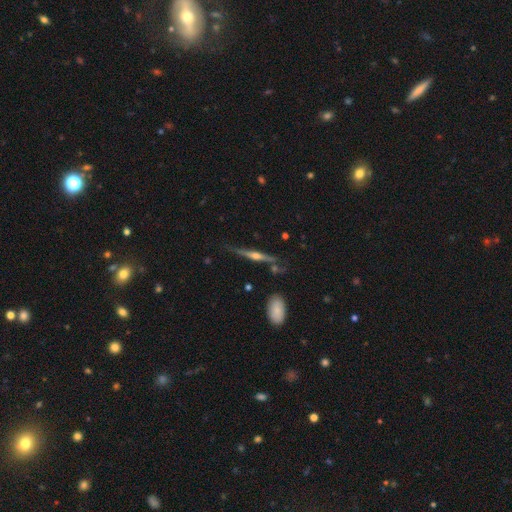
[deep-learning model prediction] Overall: featured or disk (76%). Edge-on disk: yes (97%). Edge-on bulge: rounded (91%). Merging: none (73%).